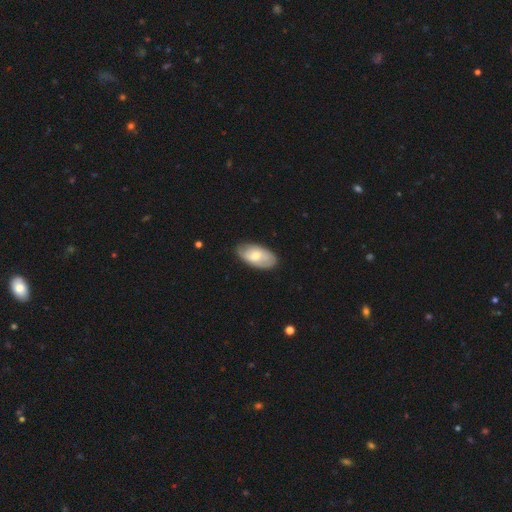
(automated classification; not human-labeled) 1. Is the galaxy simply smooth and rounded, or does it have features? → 59% smooth, 35% featured or disk, 6% star or artifact.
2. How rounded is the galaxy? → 94% in between, 3% round, 3% cigar-shaped.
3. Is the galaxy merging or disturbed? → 79% none, 17% minor disturbance, 3% major disturbance, 1% merger.